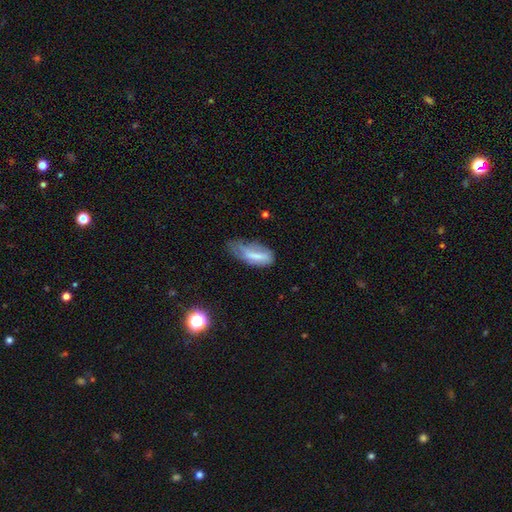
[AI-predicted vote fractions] smooth-or-featured: smooth: 65% | featured or disk: 26% | star or artifact: 8%
  how-rounded: in between: 77% | cigar-shaped: 21% | round: 2%
  merging: minor disturbance: 41% | major disturbance: 30% | none: 26% | merger: 3%